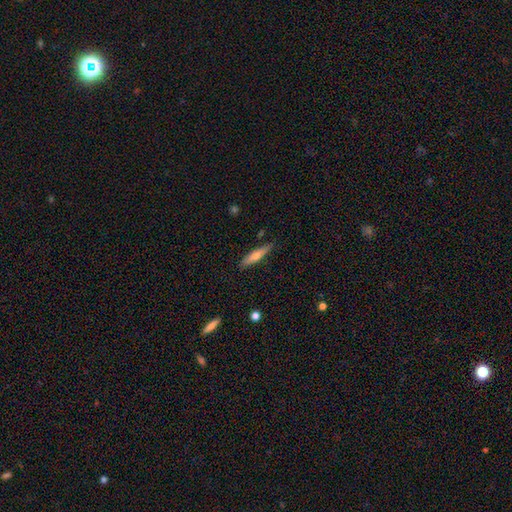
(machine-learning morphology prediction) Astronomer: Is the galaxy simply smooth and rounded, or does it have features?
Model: smooth — 56% (runner-up: featured or disk, 38%).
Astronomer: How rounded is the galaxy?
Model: cigar-shaped — 84%.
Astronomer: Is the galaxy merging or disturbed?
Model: none — 85%.